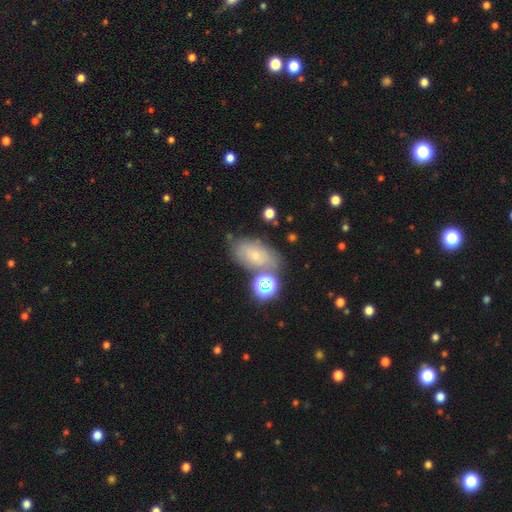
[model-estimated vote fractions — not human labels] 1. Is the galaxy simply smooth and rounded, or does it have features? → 51% smooth, 32% featured or disk, 17% star or artifact.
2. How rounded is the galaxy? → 83% in between, 14% round, 2% cigar-shaped.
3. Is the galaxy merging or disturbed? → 58% none, 20% minor disturbance, 14% merger, 8% major disturbance.